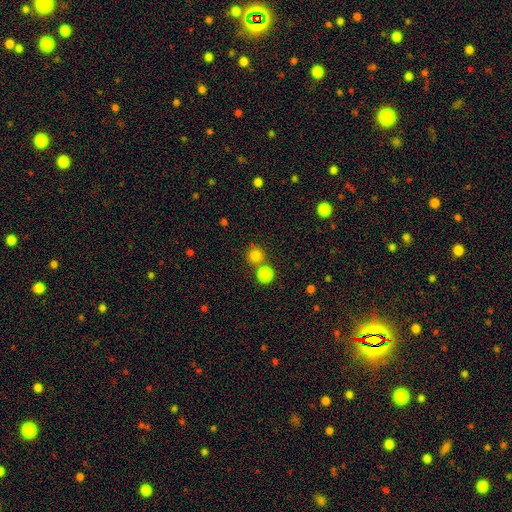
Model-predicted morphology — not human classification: The model was most divided on "merging": none: 69%, merger: 22%, minor disturbance: 6%, major disturbance: 2%. More confident: how rounded — round (93%); smooth or featured — smooth (81%).